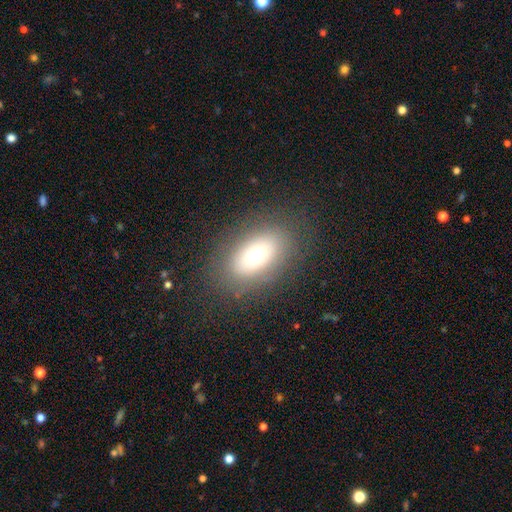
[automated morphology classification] Smooth or featured? Predicted: smooth (p=0.69). How rounded? Predicted: in between (p=0.85). Merging? Predicted: none (p=0.83).